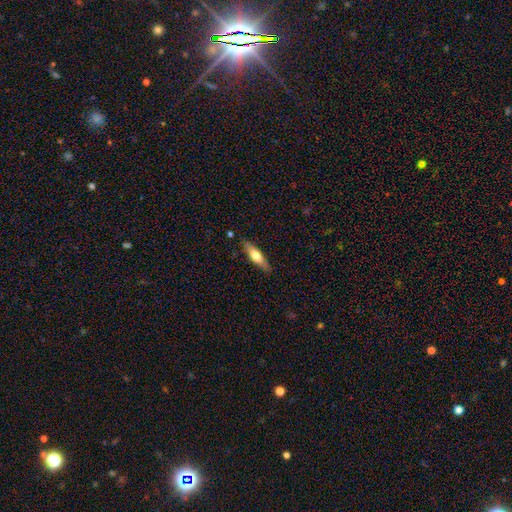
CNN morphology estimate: Smooth or featured? Predicted: smooth (p=0.58). How rounded? Predicted: cigar-shaped (p=0.66). Merging? Predicted: none (p=0.86).